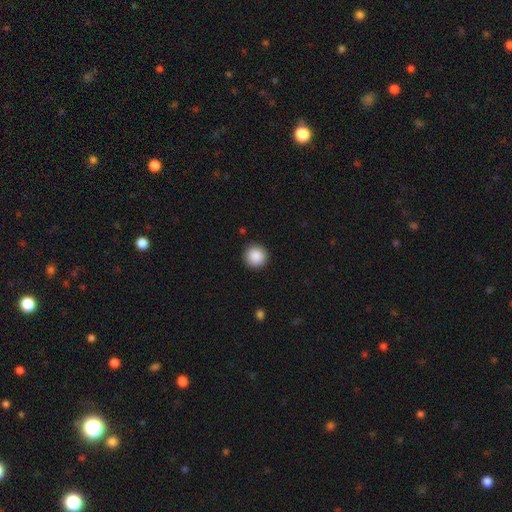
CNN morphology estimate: smooth-or-featured: smooth: 88% | star or artifact: 8% | featured or disk: 3%
  how-rounded: round: 95% | in between: 4% | cigar-shaped: 1%
  merging: none: 92% | minor disturbance: 5% | major disturbance: 2% | merger: 1%